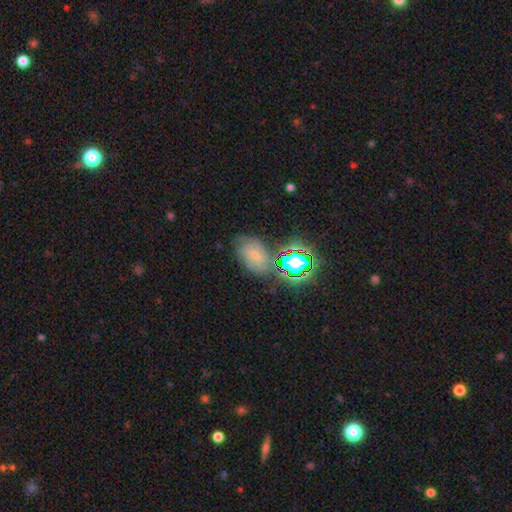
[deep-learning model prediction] Q: Smooth or featured?
A: featured or disk (37%); tied with: smooth (37%)
Q: Merging?
A: none (60%); runner-up: minor disturbance (21%)